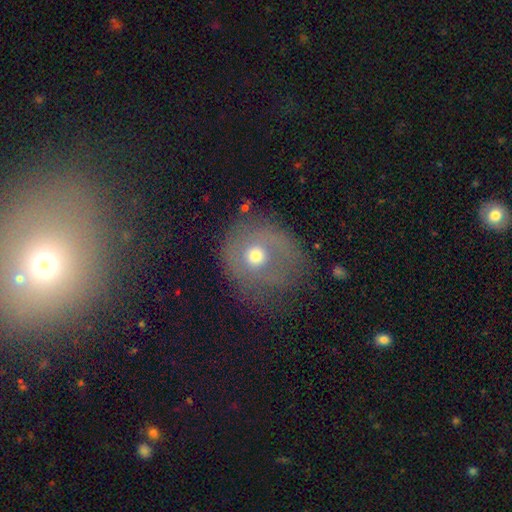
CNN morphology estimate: A smooth galaxy with no disk features (54%) that is round (77%).

Vote fractions:
- Smooth or featured? smooth: 54% / featured or disk: 34% / star or artifact: 12%
- How rounded? round: 77% / in between: 21% / cigar-shaped: 1%
- Merging? none: 54% / minor disturbance: 22% / major disturbance: 21% / merger: 3%